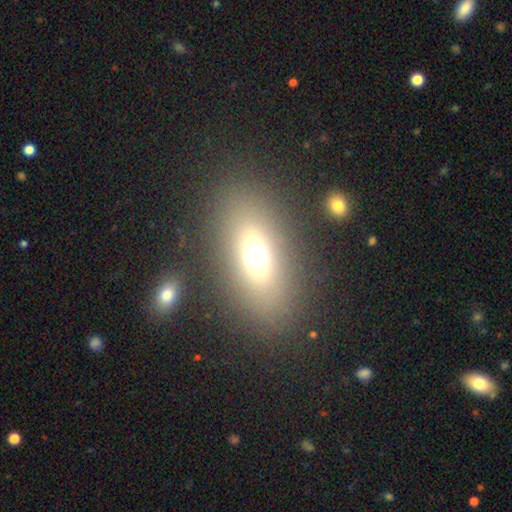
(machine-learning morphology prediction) Smooth or featured?
  - smooth: 66% *
  - featured or disk: 21%
  - star or artifact: 13%
How rounded?
  - in between: 81% *
  - cigar-shaped: 11%
  - round: 8%
Merging?
  - none: 82% *
  - minor disturbance: 9%
  - major disturbance: 5%
  - merger: 4%